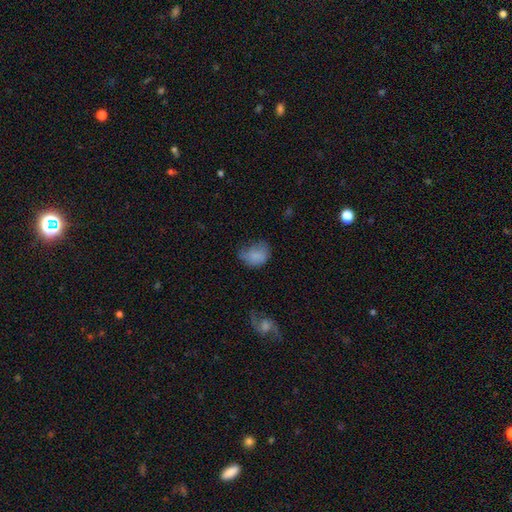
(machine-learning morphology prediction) type=smooth (78%); roundness=in between (61%); merging=none (41%).